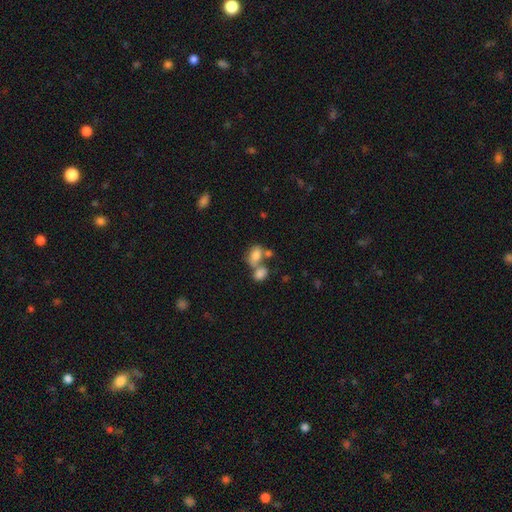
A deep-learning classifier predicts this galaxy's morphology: smooth_or_featured: smooth (p=0.75) [alt: featured or disk p=0.15]
how_rounded: in between (p=0.81) [alt: round p=0.17]
merging: merger (p=0.51) [alt: none p=0.31]